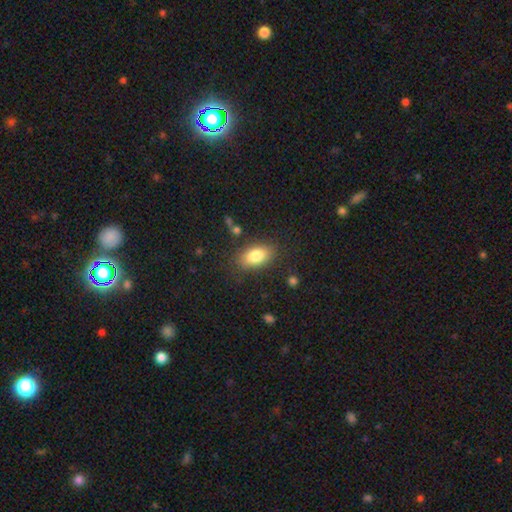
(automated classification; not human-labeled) Overall: smooth (82%). How rounded: in between (90%). Merging: none (82%).